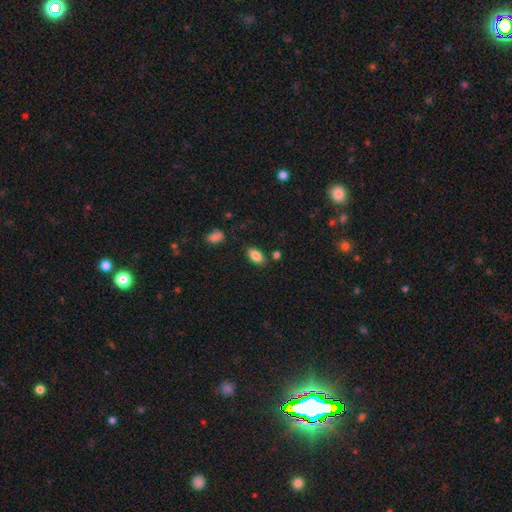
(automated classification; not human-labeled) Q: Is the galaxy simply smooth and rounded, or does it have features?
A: smooth — 86%.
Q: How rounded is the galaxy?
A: in between — 92%.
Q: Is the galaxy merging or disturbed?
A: none — 81%.